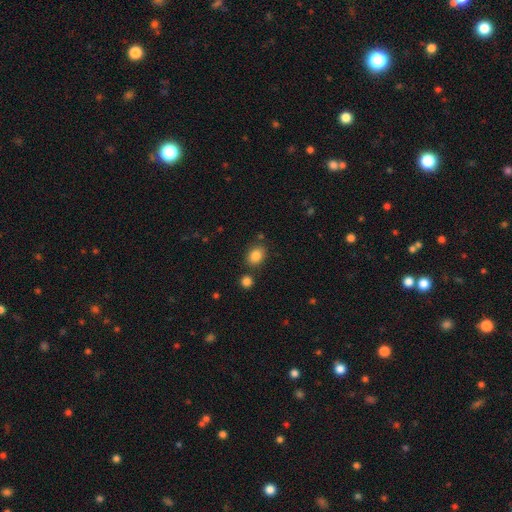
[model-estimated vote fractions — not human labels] This is clearly a smooth galaxy (84%). How rounded: likely in between (62%). Merging: likely none (77%).